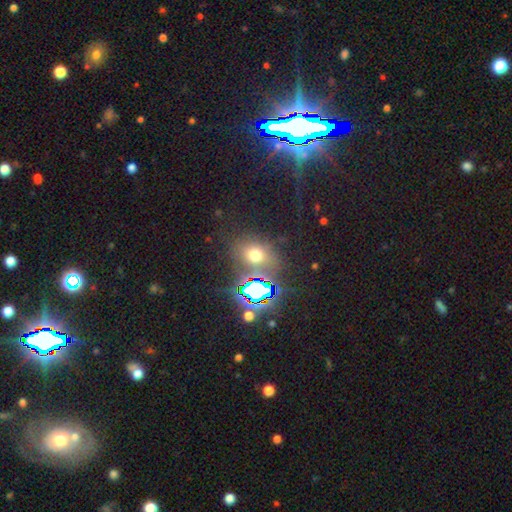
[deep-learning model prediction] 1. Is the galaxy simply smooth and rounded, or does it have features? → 54% smooth, 35% star or artifact, 11% featured or disk.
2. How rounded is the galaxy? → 50% in between, 48% round, 2% cigar-shaped.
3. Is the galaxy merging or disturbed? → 71% none, 12% minor disturbance, 10% merger, 7% major disturbance.